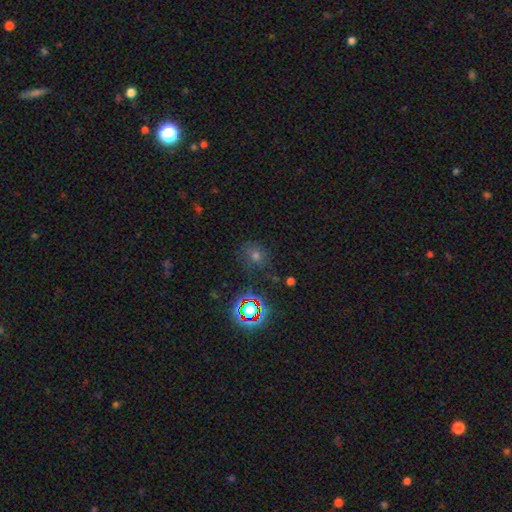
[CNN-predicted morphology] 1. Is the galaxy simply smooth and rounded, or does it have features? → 51% smooth, 38% star or artifact, 11% featured or disk.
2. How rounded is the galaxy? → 72% round, 26% in between, 1% cigar-shaped.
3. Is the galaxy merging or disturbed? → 78% none, 14% minor disturbance, 5% major disturbance, 3% merger.